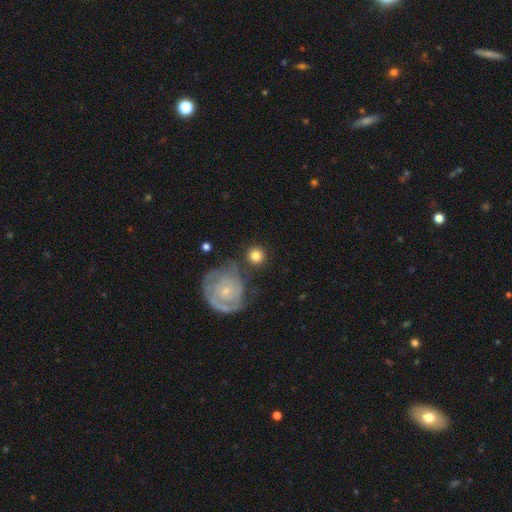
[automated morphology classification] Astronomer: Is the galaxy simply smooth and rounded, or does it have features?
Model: smooth — 73%.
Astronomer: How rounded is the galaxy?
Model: round — 92%.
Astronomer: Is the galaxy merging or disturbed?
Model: none — 79%.